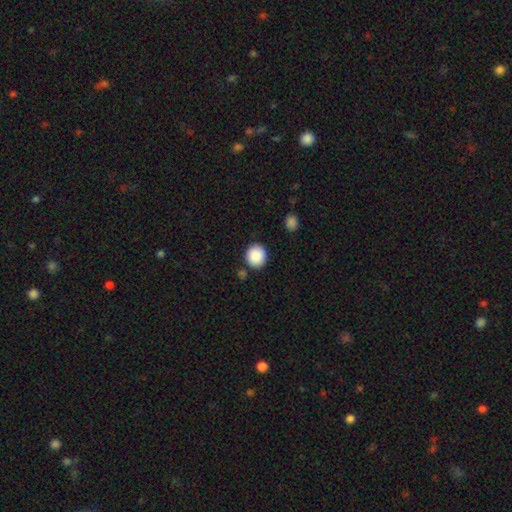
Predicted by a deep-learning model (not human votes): smooth_or_featured: smooth (p=0.89) [alt: star or artifact p=0.08]
how_rounded: round (p=0.90) [alt: in between p=0.09]
merging: none (p=0.86) [alt: minor disturbance p=0.08]